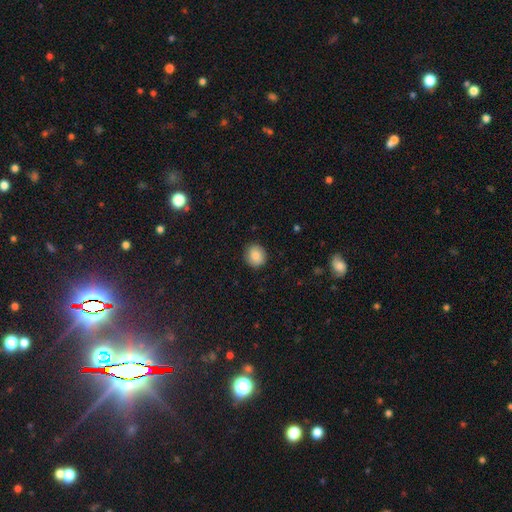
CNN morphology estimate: type=smooth (86%); roundness=round (86%); merging=none (90%).